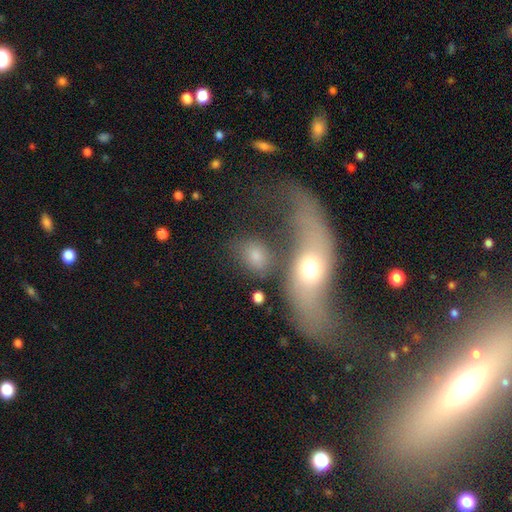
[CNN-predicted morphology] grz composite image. It shows a smooth galaxy with no disk features (71%) that is in between round and cigar-shaped (58%). Merging: none (52%).